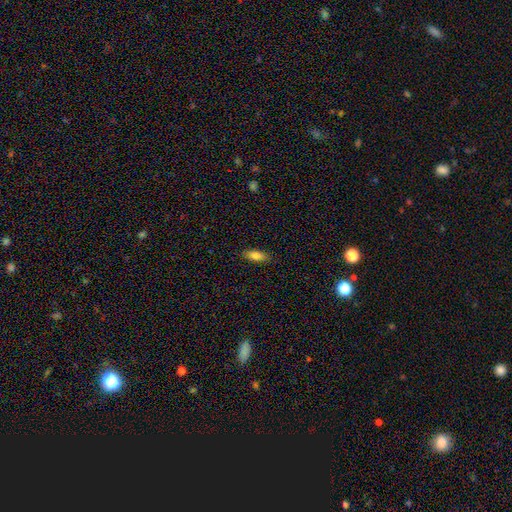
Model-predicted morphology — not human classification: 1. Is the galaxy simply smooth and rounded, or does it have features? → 81% smooth, 12% featured or disk, 7% star or artifact.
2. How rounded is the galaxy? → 80% in between, 17% cigar-shaped, 3% round.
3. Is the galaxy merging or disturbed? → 87% none, 10% minor disturbance, 2% major disturbance, 1% merger.